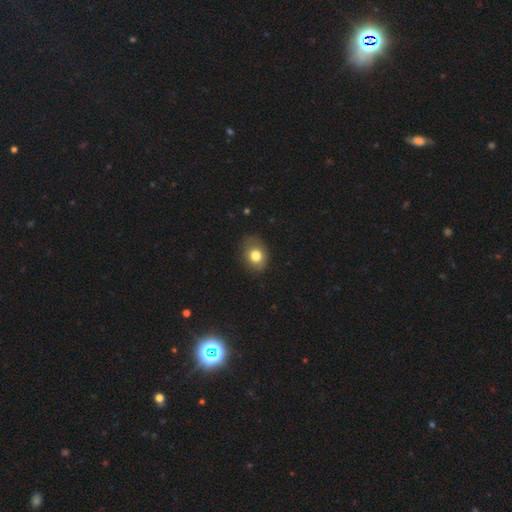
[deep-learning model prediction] This appears to be a smooth galaxy with no disk features (77%) that is round (50%). Merging: none (75%).